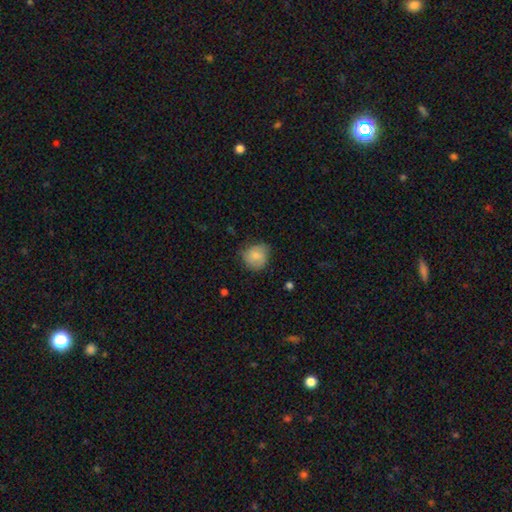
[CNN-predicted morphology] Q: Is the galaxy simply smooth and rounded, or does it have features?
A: smooth — 80%.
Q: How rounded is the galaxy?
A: round — 83%.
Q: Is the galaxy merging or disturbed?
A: none — 62%.